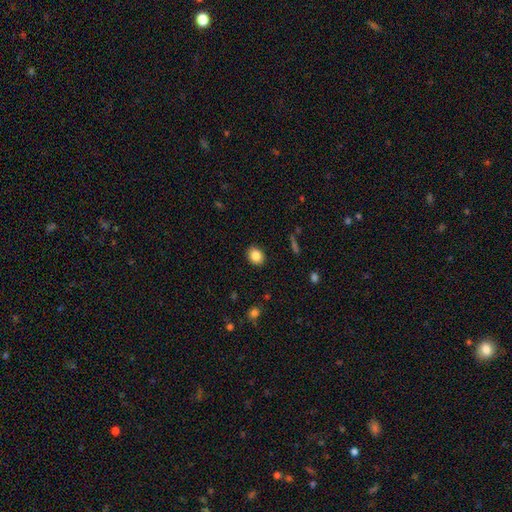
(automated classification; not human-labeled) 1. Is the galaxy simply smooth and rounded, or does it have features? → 85% smooth, 9% star or artifact, 6% featured or disk.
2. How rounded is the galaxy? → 51% round, 48% in between, 1% cigar-shaped.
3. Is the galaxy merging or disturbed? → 89% none, 8% minor disturbance, 2% major disturbance, 1% merger.